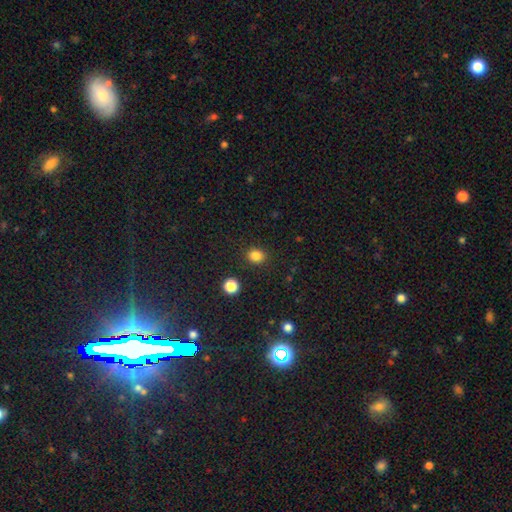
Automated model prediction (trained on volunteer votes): A smooth galaxy with no disk features (84%) that is round (68%).

Vote fractions:
- Smooth or featured? smooth: 84% / star or artifact: 12% / featured or disk: 4%
- How rounded? round: 68% / in between: 31% / cigar-shaped: 1%
- Merging? none: 88% / minor disturbance: 8% / major disturbance: 3% / merger: 2%